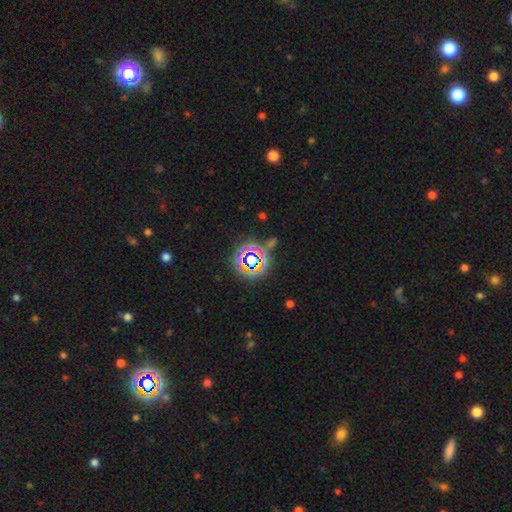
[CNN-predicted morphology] smooth-or-featured: star or artifact: 73% | smooth: 17% | featured or disk: 10%